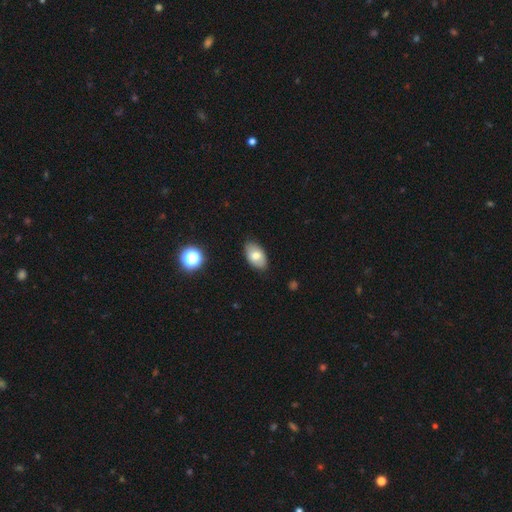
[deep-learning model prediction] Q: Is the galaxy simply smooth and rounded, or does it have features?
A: smooth — 75%.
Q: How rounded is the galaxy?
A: in between — 92%.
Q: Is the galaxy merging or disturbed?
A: none — 84%.